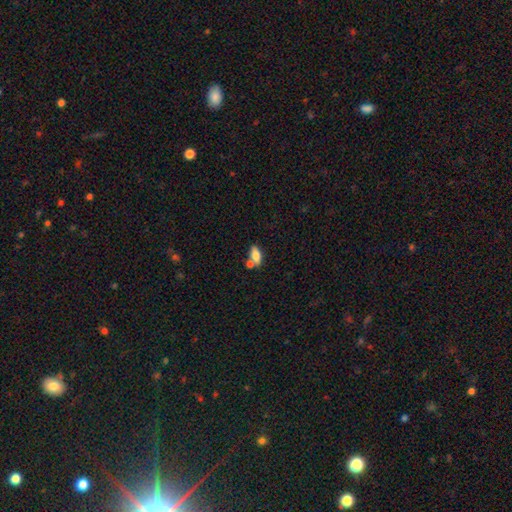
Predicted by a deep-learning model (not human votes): Q: Smooth or featured?
A: smooth (72%); runner-up: featured or disk (20%)
Q: How rounded?
A: in between (81%); runner-up: cigar-shaped (15%)
Q: Merging?
A: none (57%); runner-up: merger (26%)